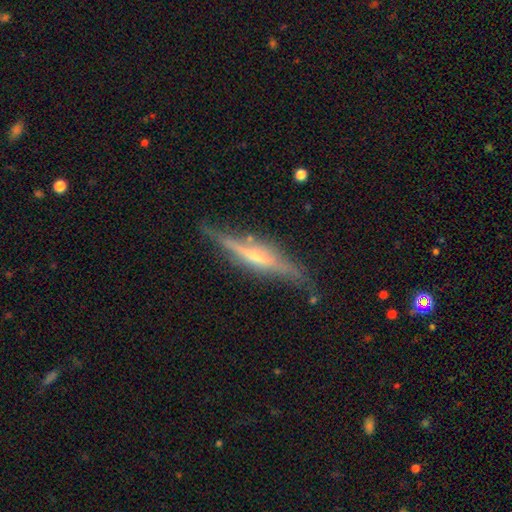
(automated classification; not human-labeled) Smooth or featured?
  - featured or disk: 75% *
  - smooth: 19%
  - star or artifact: 6%
Edge-on disk?
  - yes: 96% *
  - no: 4%
Edge-on bulge?
  - rounded: 59% *
  - none: 25%
  - boxy: 16%
Merging?
  - none: 78% *
  - minor disturbance: 16%
  - major disturbance: 4%
  - merger: 2%